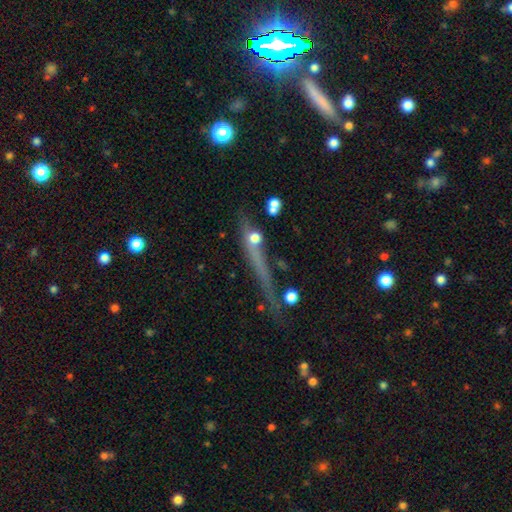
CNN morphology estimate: type=featured or disk (43%); merging=none (59%).